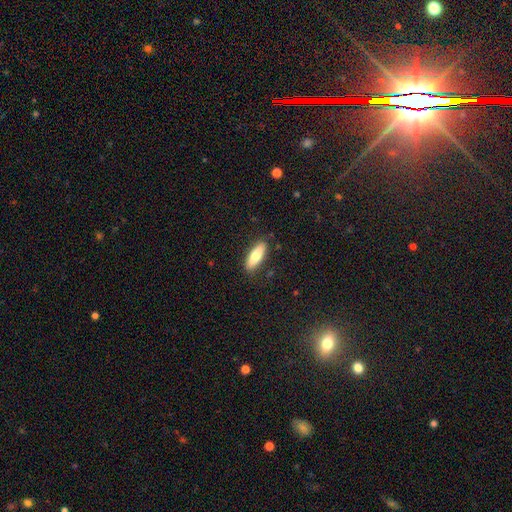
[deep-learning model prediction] This appears to be a smooth galaxy with no disk features (77%) that is in between round and cigar-shaped (55%). Merging: none (86%).